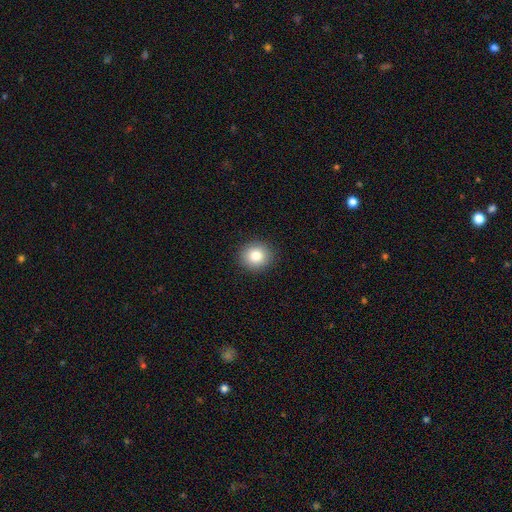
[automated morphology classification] smooth 84%, star or artifact 10%, featured or disk 7%. Down the decision tree: how rounded — round (83%); merging — none (91%).